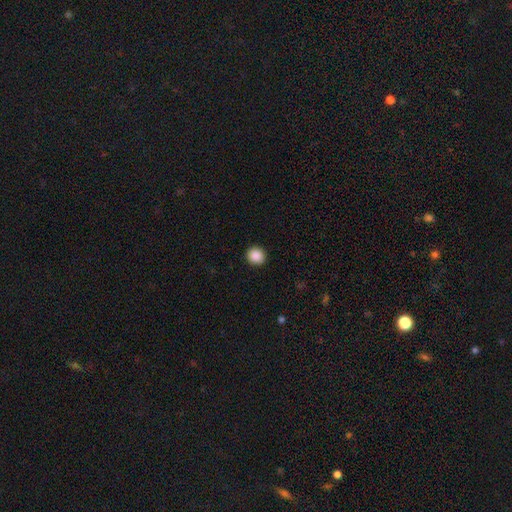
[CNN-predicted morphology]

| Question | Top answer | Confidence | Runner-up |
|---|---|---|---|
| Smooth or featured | smooth | 88% | star or artifact (9%) |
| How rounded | round | 91% | in between (8%) |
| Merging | none | 93% | minor disturbance (5%) |